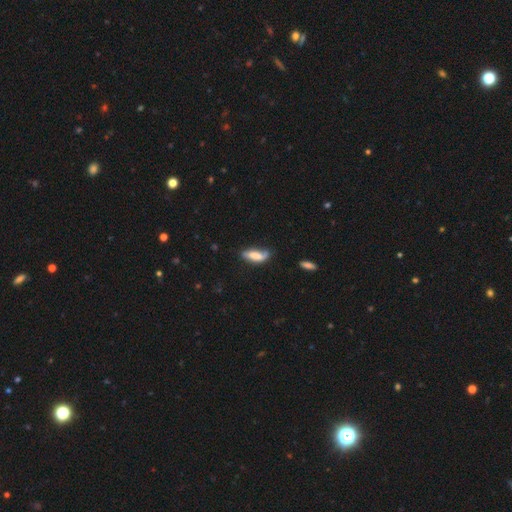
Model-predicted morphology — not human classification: Smooth or featured?
  - smooth: 69% *
  - featured or disk: 24%
  - star or artifact: 8%
How rounded?
  - in between: 69% *
  - cigar-shaped: 29%
  - round: 2%
Merging?
  - none: 48% *
  - minor disturbance: 33%
  - major disturbance: 13%
  - merger: 5%